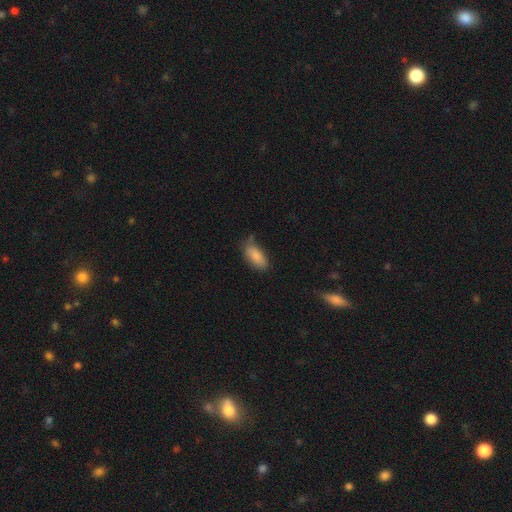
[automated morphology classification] smooth 87%, star or artifact 7%, featured or disk 6%. Down the decision tree: how rounded — in between (88%); merging — none (65%).